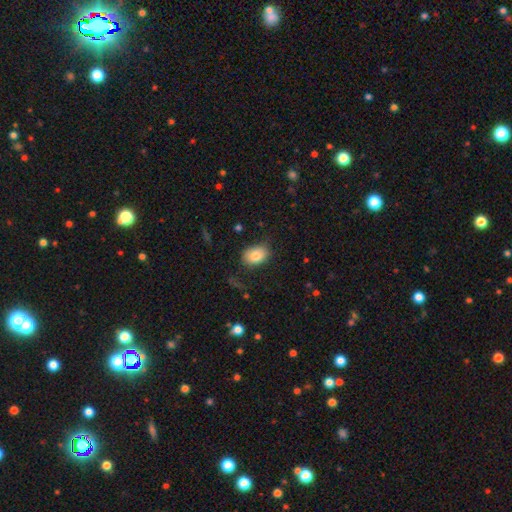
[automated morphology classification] type=smooth (82%); roundness=in between (78%); merging=none (75%).